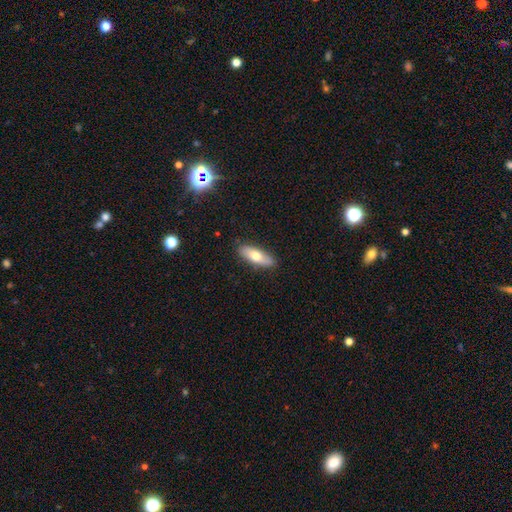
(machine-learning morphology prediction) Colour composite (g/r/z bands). It shows a smooth galaxy with no disk features (67%) that is in between round and cigar-shaped (63%). Merging: none (87%).